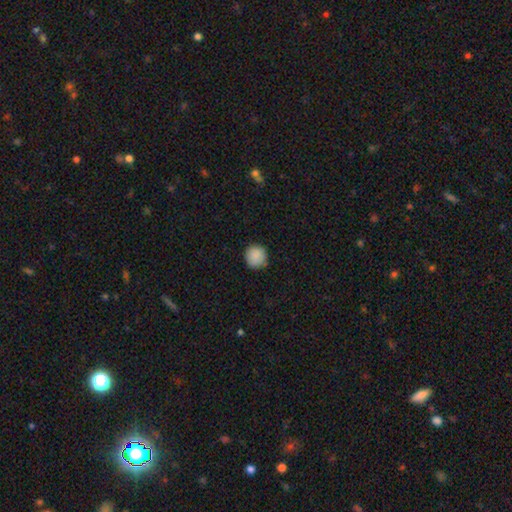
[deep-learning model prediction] Overall: smooth (89%). How rounded: round (93%). Merging: none (86%).